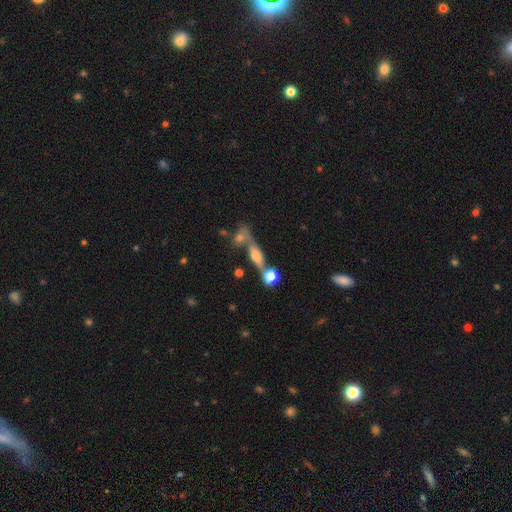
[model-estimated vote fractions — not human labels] smooth-or-featured: featured or disk: 53% | smooth: 33% | star or artifact: 15%
  disk-edge-on: yes: 77% | no: 23%
  merging: none: 50% | merger: 30% | minor disturbance: 13% | major disturbance: 8%